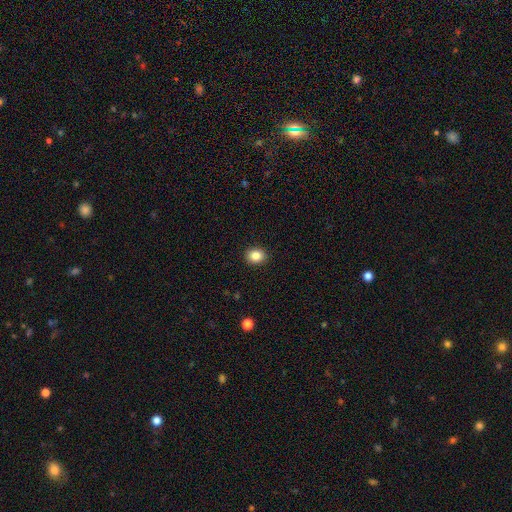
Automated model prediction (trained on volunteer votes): The model was most divided on "how rounded": round: 57%, in between: 42%, cigar-shaped: 1%. More confident: merging — none (91%); smooth or featured — smooth (86%).